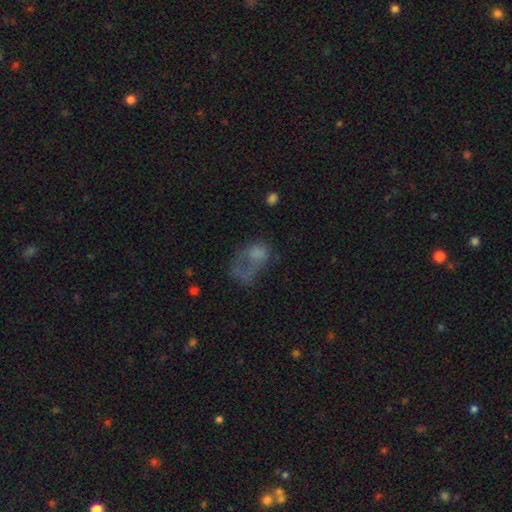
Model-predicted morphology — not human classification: Smooth or featured? Predicted: smooth (p=0.52). How rounded? Predicted: in between (p=0.76). Merging? Predicted: major disturbance (p=0.52).